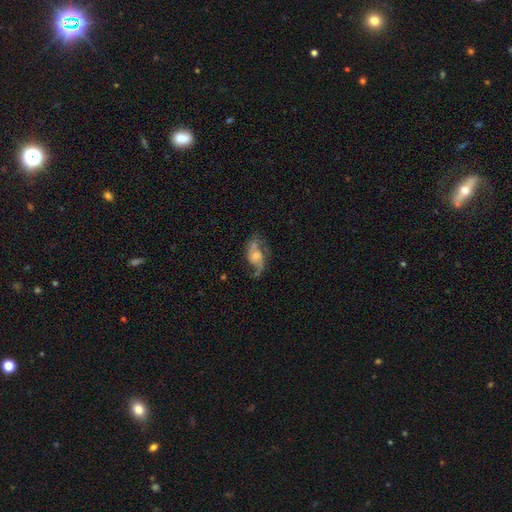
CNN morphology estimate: smooth_or_featured: featured or disk (p=0.78) [alt: smooth p=0.15]
disk_edge_on: no (p=0.96) [alt: yes p=0.04]
bar: no (p=0.63) [alt: weak p=0.31]
has_spiral_arms: yes (p=0.91) [alt: no p=0.09]
spiral_winding: loose (p=0.52) [alt: medium p=0.38]
spiral_arm_count: 2 (p=0.83) [alt: 1 p=0.07]
bulge_size: moderate (p=0.46) [alt: small p=0.32]
merging: none (p=0.56) [alt: minor disturbance p=0.21]